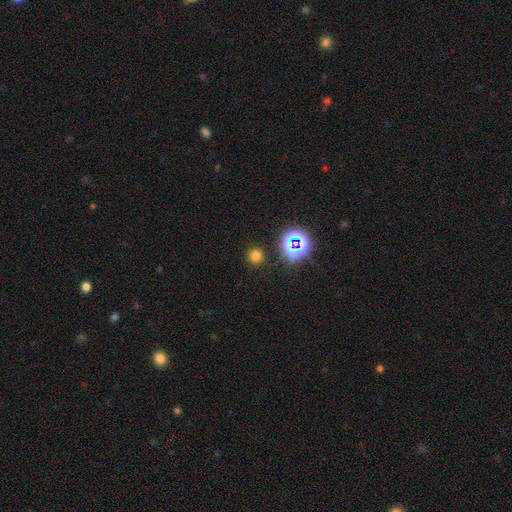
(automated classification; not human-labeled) Smooth or featured? Predicted: smooth (p=0.70). How rounded? Predicted: round (p=0.94). Merging? Predicted: none (p=0.90).